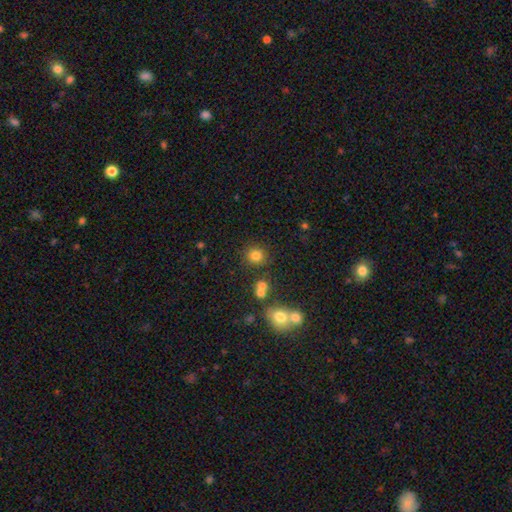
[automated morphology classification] Smooth or featured?
  - smooth: 79% *
  - star or artifact: 14%
  - featured or disk: 6%
How rounded?
  - round: 87% *
  - in between: 12%
  - cigar-shaped: 1%
Merging?
  - none: 80% *
  - minor disturbance: 9%
  - merger: 8%
  - major disturbance: 3%